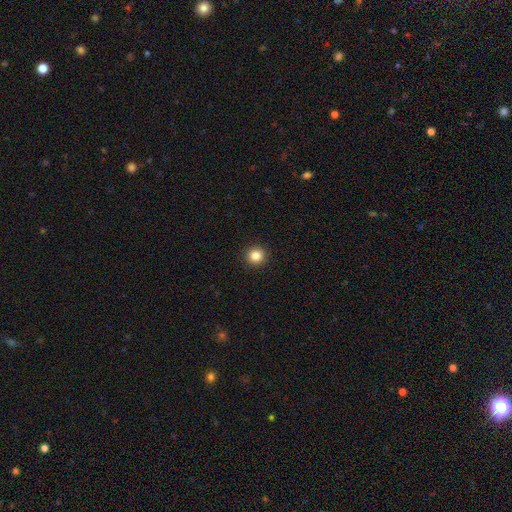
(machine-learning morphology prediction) smooth-or-featured: smooth: 85% | star or artifact: 11% | featured or disk: 4%
  how-rounded: round: 93% | in between: 6% | cigar-shaped: 1%
  merging: none: 93% | minor disturbance: 4% | major disturbance: 2% | merger: 1%